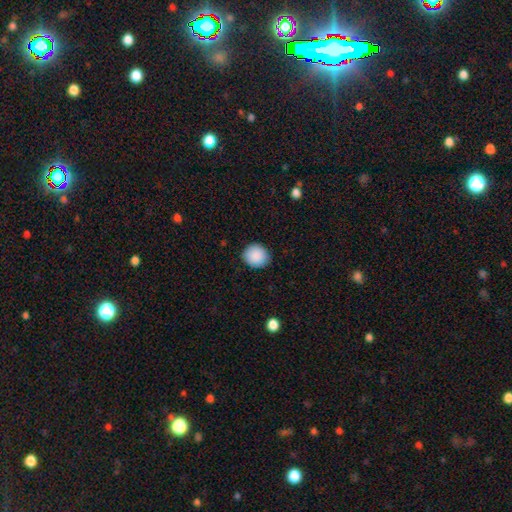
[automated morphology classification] Overall: smooth (89%). How rounded: round (87%). Merging: none (88%).